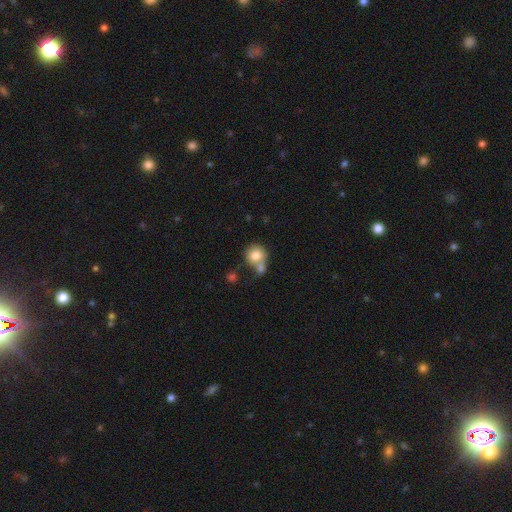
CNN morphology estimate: Smooth or featured? Predicted: smooth (p=0.79). How rounded? Predicted: round (p=0.83). Merging? Predicted: merger (p=0.45).